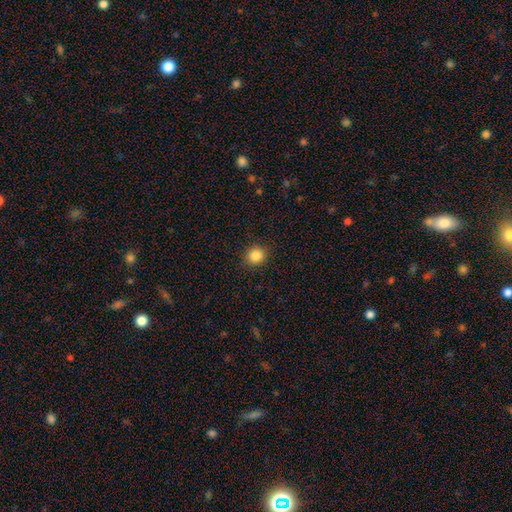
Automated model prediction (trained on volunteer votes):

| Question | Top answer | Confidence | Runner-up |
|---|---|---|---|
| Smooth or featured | smooth | 85% | star or artifact (11%) |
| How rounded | round | 84% | in between (15%) |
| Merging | none | 90% | minor disturbance (7%) |